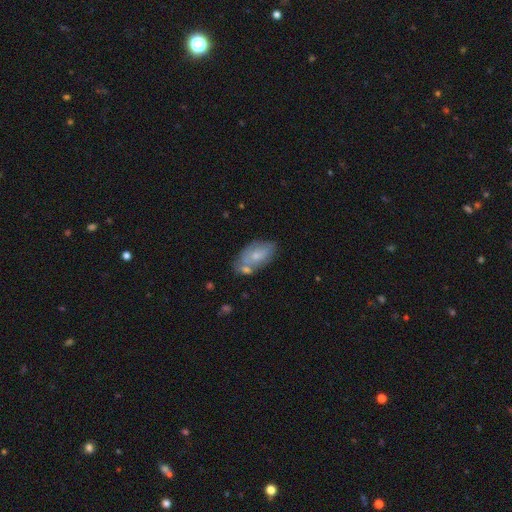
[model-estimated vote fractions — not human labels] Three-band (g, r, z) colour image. It shows a smooth galaxy with no disk features (61%) that is in between round and cigar-shaped (92%). Merging: none (50%).